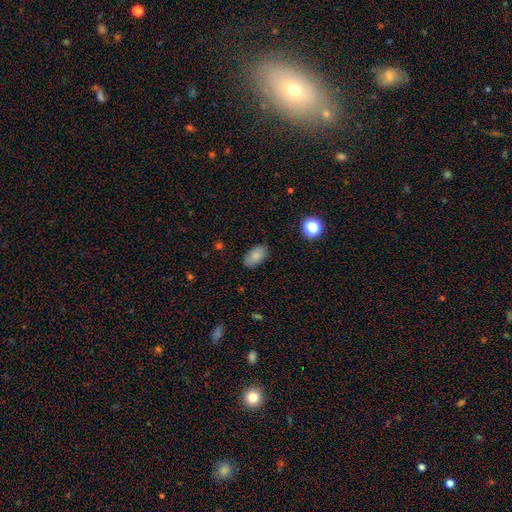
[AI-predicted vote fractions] A smooth galaxy with no disk features (84%) that is in between round and cigar-shaped (92%). Merging: none (85%).